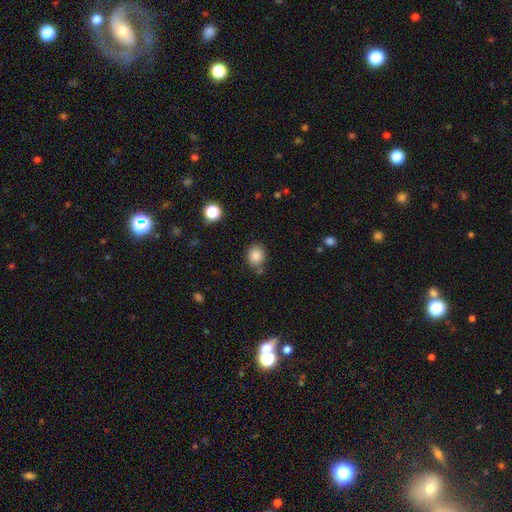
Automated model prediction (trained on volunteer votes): A smooth galaxy with no disk features (85%) that is round (66%).

Vote fractions:
- Smooth or featured? smooth: 85% / star or artifact: 10% / featured or disk: 5%
- How rounded? round: 66% / in between: 33% / cigar-shaped: 1%
- Merging? none: 73% / minor disturbance: 15% / merger: 8% / major disturbance: 4%